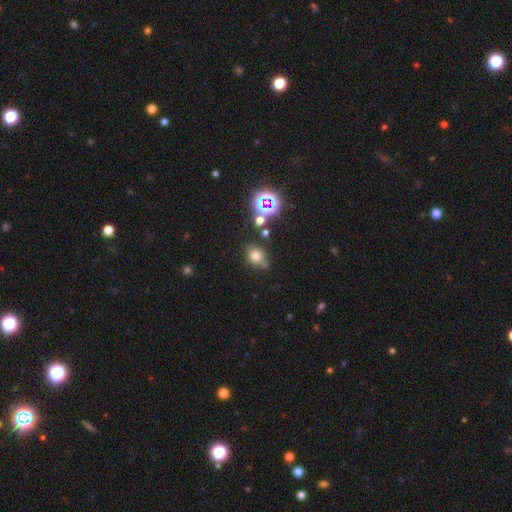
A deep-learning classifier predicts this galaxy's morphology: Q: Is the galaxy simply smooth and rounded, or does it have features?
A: smooth — 67%.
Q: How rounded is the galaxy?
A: round — 56%.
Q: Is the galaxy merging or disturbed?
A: none — 65%.